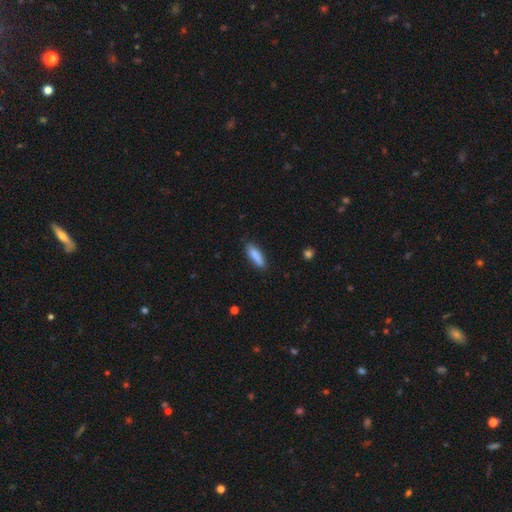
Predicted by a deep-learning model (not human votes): Q: Smooth or featured?
A: smooth (86%); runner-up: featured or disk (7%)
Q: How rounded?
A: cigar-shaped (49%); tied with: in between (49%)
Q: Merging?
A: none (81%); runner-up: minor disturbance (15%)